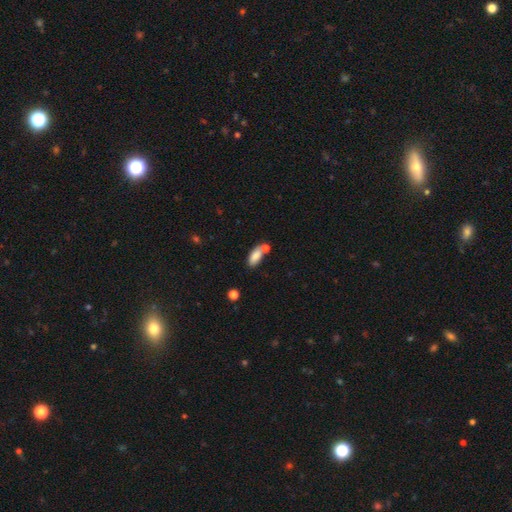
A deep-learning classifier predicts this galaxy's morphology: A smooth galaxy with no disk features (83%) that is in between round and cigar-shaped (85%). Merging: none (53%).